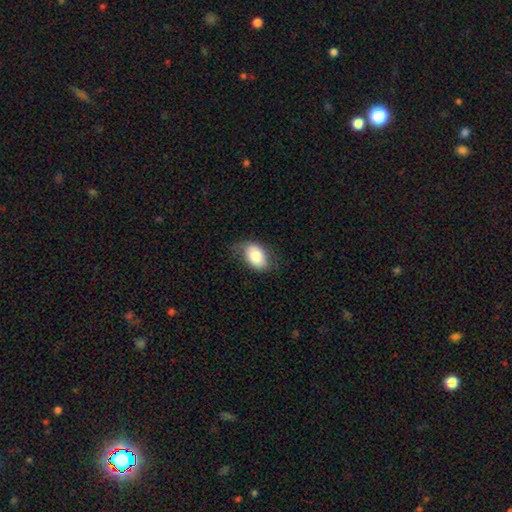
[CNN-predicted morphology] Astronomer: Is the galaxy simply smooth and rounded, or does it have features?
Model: smooth — 79%.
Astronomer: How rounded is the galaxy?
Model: in between — 90%.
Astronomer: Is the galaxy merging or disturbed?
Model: none — 59%.